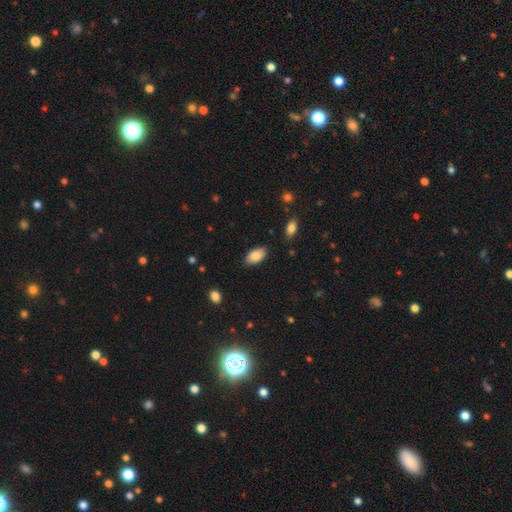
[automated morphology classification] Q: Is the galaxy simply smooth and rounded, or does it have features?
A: smooth — 84%.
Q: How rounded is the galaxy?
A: in between — 94%.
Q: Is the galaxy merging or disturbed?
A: none — 85%.